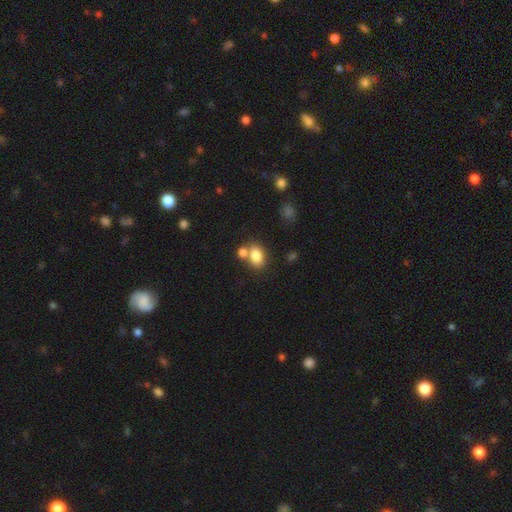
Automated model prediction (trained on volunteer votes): Q: Smooth or featured?
A: smooth (82%); runner-up: star or artifact (10%)
Q: How rounded?
A: in between (73%); runner-up: round (26%)
Q: Merging?
A: none (52%); runner-up: merger (33%)